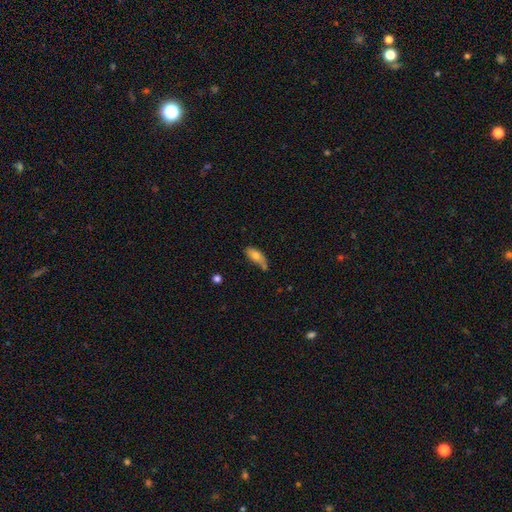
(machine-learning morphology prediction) smooth_or_featured: smooth (p=0.73) [alt: featured or disk p=0.19]
how_rounded: in between (p=0.81) [alt: cigar-shaped p=0.15]
merging: none (p=0.46) [alt: minor disturbance p=0.28]